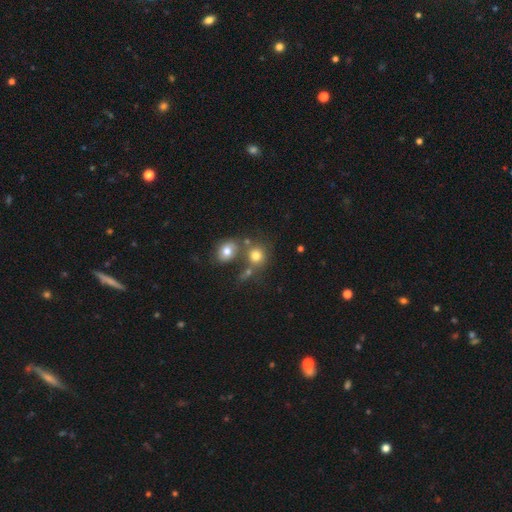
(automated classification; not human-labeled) A smooth galaxy with no disk features (75%) that is round (78%). Merging: none (52%).